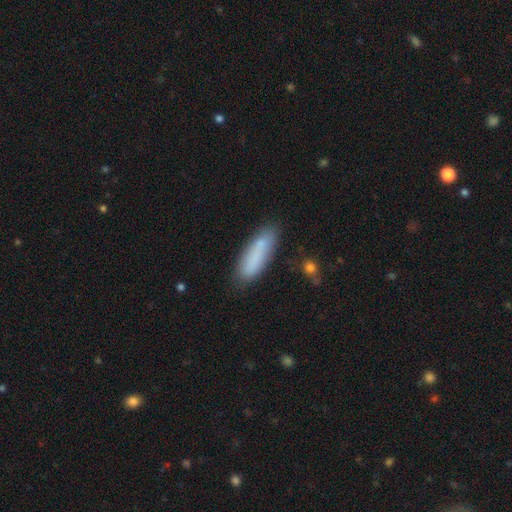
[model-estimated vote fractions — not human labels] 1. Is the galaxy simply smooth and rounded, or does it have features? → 80% smooth, 13% featured or disk, 7% star or artifact.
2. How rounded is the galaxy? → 57% cigar-shaped, 41% in between, 2% round.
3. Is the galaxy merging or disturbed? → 76% none, 16% minor disturbance, 4% merger, 4% major disturbance.